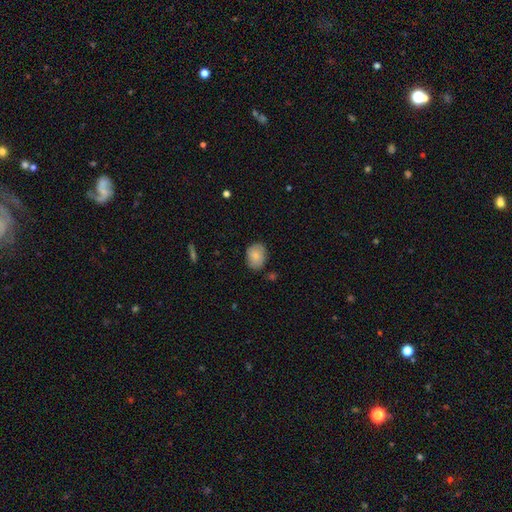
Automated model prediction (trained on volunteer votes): This appears to be a smooth galaxy with no disk features (83%) that is in between round and cigar-shaped (61%). Merging: none (77%).